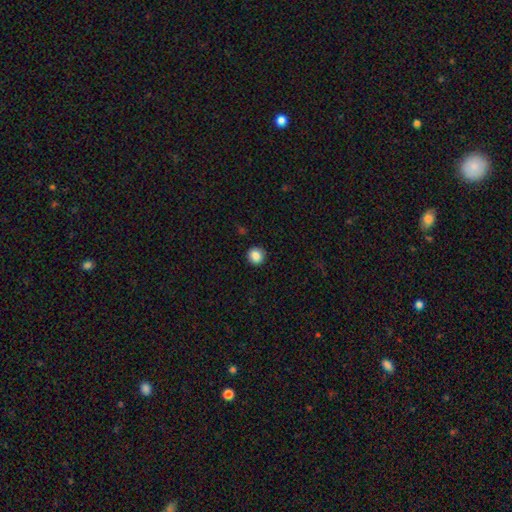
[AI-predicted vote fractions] Q: Smooth or featured?
A: smooth (87%); runner-up: star or artifact (9%)
Q: How rounded?
A: round (92%); runner-up: in between (7%)
Q: Merging?
A: none (91%); runner-up: minor disturbance (6%)